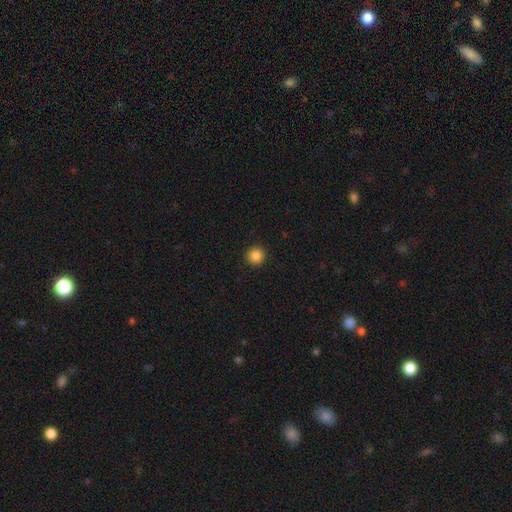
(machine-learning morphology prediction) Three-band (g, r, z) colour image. It shows a smooth galaxy with no disk features (86%) that is round (95%). Merging: none (93%).